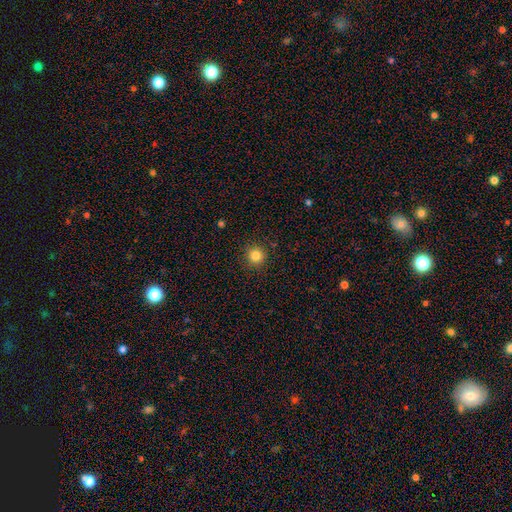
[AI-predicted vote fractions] smooth_or_featured: smooth (p=0.83) [alt: star or artifact p=0.12]
how_rounded: round (p=0.94) [alt: in between p=0.05]
merging: none (p=0.91) [alt: minor disturbance p=0.06]